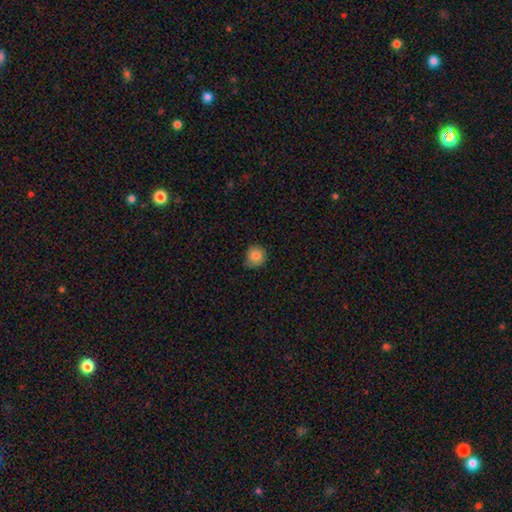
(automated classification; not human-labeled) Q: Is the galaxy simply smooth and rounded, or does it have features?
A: smooth — 83%.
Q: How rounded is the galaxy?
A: round — 89%.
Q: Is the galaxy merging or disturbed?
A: none — 69%.